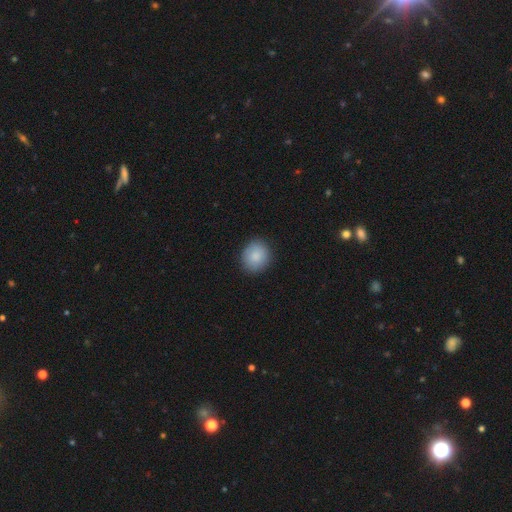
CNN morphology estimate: Smooth or featured? Predicted: smooth (p=0.88). How rounded? Predicted: round (p=0.76). Merging? Predicted: none (p=0.88).